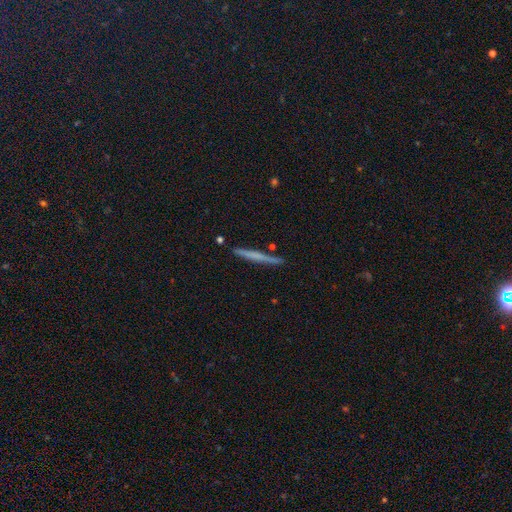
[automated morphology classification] A smooth galaxy with no disk features (49%).

Vote fractions:
- Smooth or featured? smooth: 49% / featured or disk: 45% / star or artifact: 6%
- Merging? none: 88% / minor disturbance: 8% / merger: 2% / major disturbance: 2%